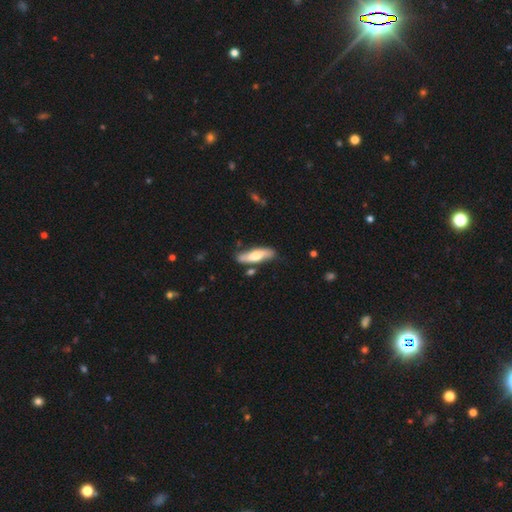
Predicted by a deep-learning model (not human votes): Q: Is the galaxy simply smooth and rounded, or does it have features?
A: smooth — 49%.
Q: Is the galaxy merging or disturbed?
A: none — 74%.